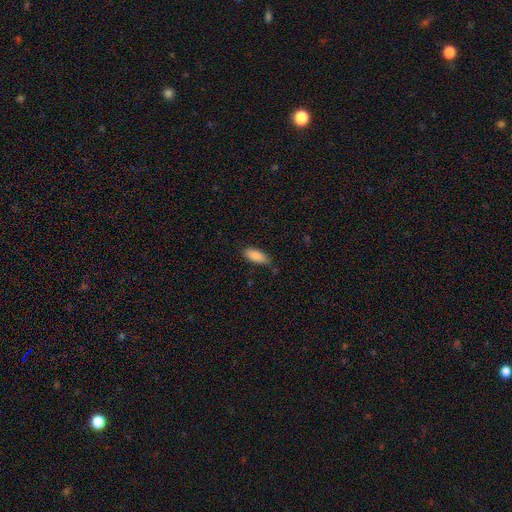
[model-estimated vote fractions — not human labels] Smooth or featured: smooth — 87% (star or artifact — 6%)
How rounded: in between — 81% (cigar-shaped — 17%)
Merging: none — 79% (minor disturbance — 16%)